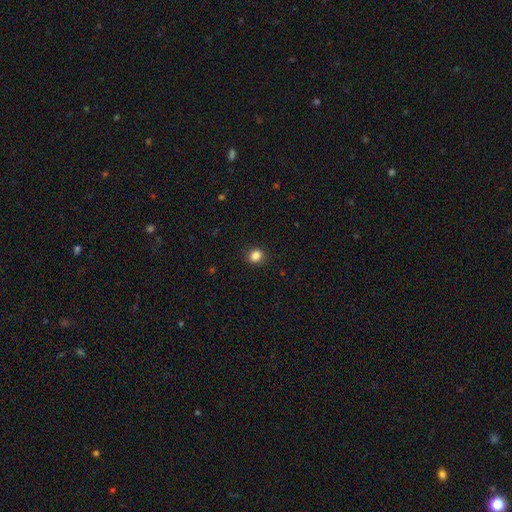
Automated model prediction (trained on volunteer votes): Smooth or featured? Predicted: smooth (p=0.84). How rounded? Predicted: round (p=0.79). Merging? Predicted: none (p=0.91).